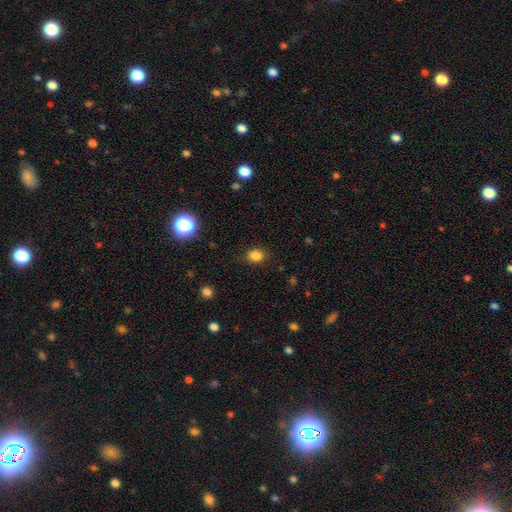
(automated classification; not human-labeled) Q: Smooth or featured?
A: smooth (83%); runner-up: star or artifact (12%)
Q: How rounded?
A: round (60%); runner-up: in between (39%)
Q: Merging?
A: none (85%); runner-up: minor disturbance (11%)